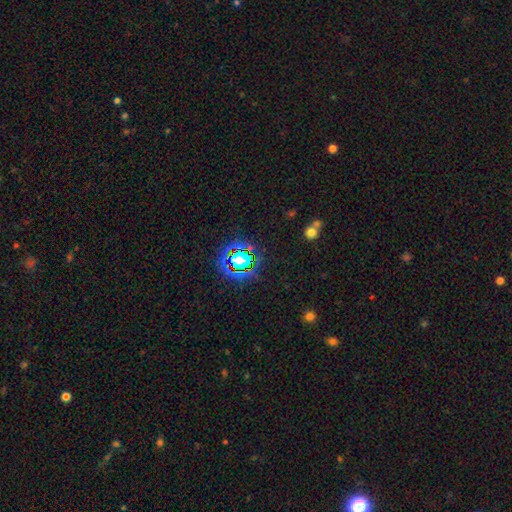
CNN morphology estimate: Smooth or featured?
  - star or artifact: 72% *
  - smooth: 18%
  - featured or disk: 10%